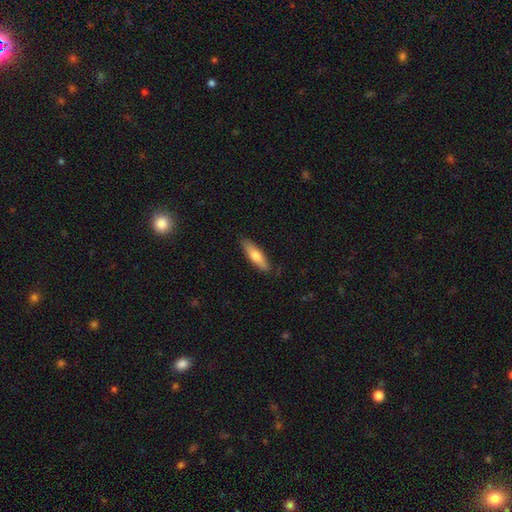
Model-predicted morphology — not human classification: Smooth or featured? Predicted: smooth (p=0.68). How rounded? Predicted: cigar-shaped (p=0.61). Merging? Predicted: none (p=0.86).